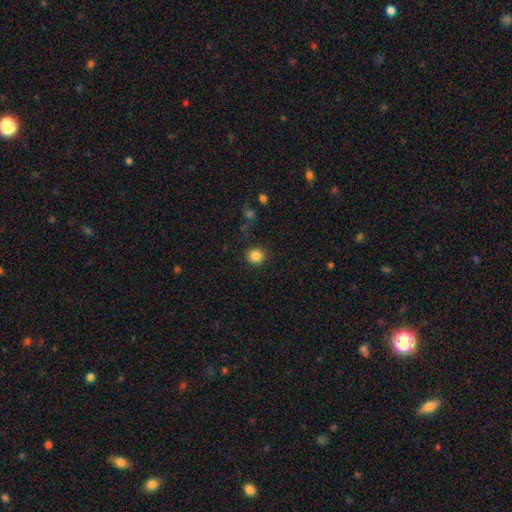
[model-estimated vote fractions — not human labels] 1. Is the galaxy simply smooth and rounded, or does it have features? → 85% smooth, 11% star or artifact, 4% featured or disk.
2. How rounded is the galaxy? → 92% round, 7% in between, 1% cigar-shaped.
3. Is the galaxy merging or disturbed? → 90% none, 7% minor disturbance, 2% major disturbance, 2% merger.